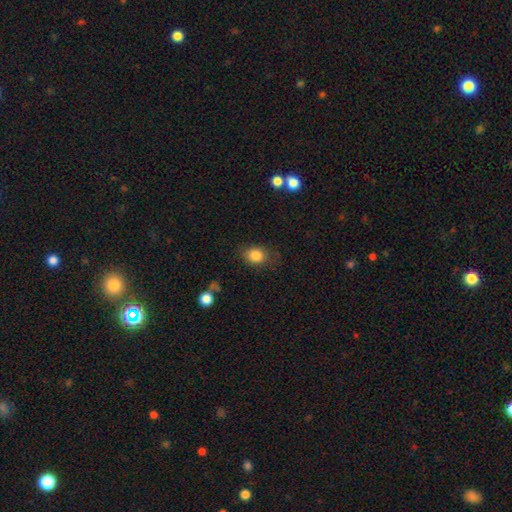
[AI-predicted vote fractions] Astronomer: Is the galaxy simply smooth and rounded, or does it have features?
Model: smooth — 84%.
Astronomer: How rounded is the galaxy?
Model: in between — 50% (runner-up: round, 49%).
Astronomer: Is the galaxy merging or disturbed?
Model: none — 78%.